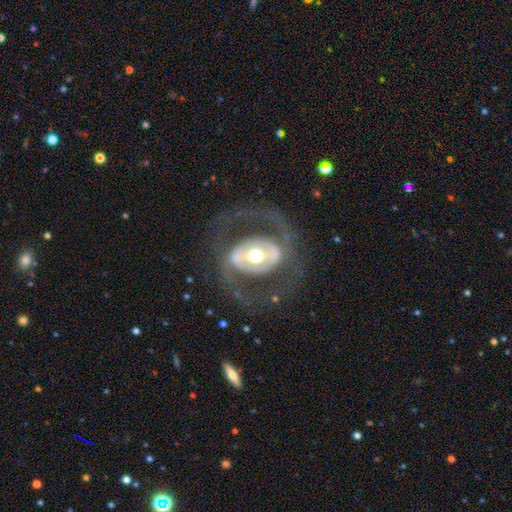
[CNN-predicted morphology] type=featured or disk (78%); edge-on=no (94%); bar=strong (39%); spiral arms=yes (52%); bulge=moderate (67%); merging=none (65%).